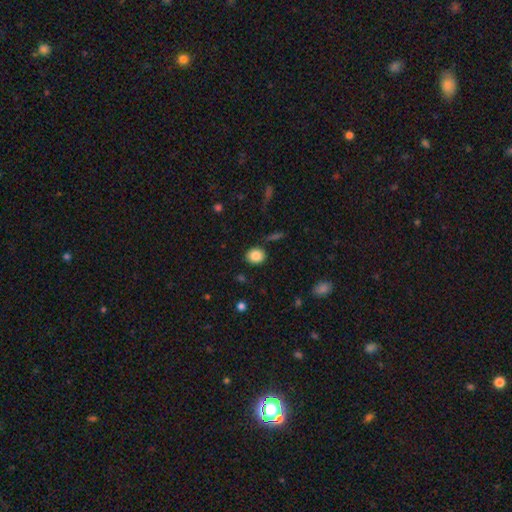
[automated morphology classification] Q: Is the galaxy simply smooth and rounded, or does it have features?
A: smooth — 86%.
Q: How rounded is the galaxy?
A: round — 70%.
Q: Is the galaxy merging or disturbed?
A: none — 85%.